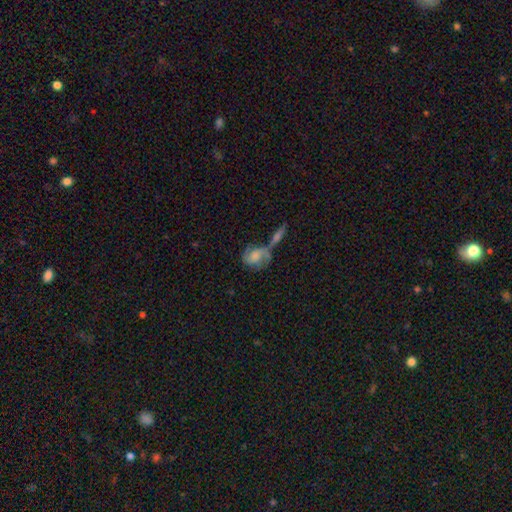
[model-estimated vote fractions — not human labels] Smooth or featured?
  - featured or disk: 53% *
  - smooth: 39%
  - star or artifact: 8%
Edge-on disk?
  - no: 93% *
  - yes: 7%
Merging?
  - merger: 41% *
  - none: 31%
  - minor disturbance: 16%
  - major disturbance: 13%